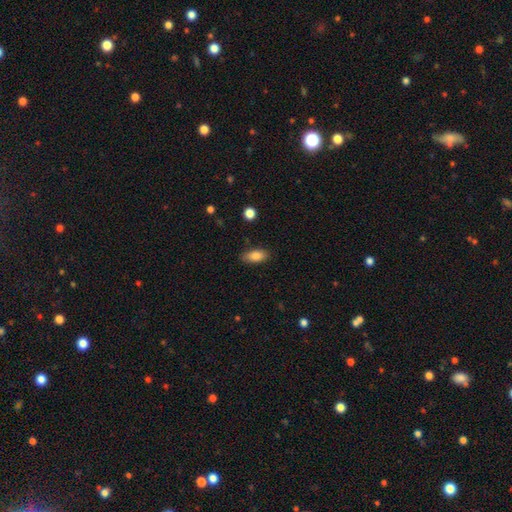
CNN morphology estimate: smooth_or_featured: smooth (p=0.84) [alt: featured or disk p=0.08]
how_rounded: in between (p=0.87) [alt: cigar-shaped p=0.09]
merging: none (p=0.82) [alt: minor disturbance p=0.13]